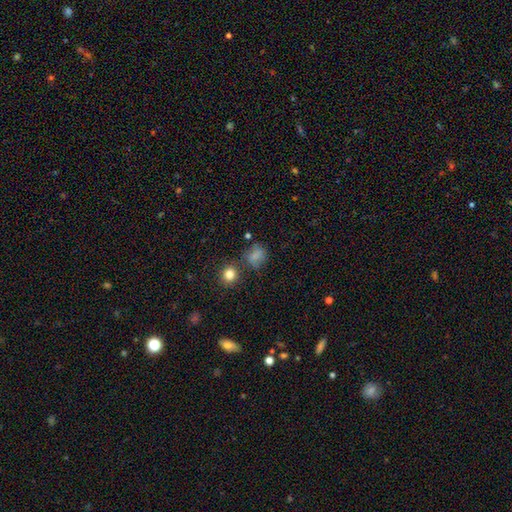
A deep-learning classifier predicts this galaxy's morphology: Smooth or featured?
  - smooth: 77% *
  - star or artifact: 15%
  - featured or disk: 8%
How rounded?
  - round: 60% *
  - in between: 38%
  - cigar-shaped: 1%
Merging?
  - none: 59% *
  - minor disturbance: 22%
  - major disturbance: 11%
  - merger: 8%